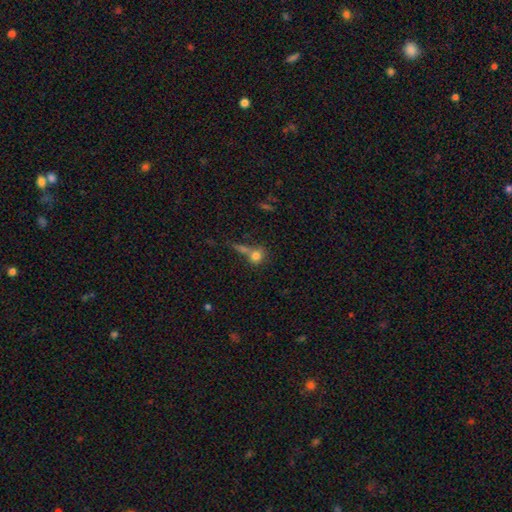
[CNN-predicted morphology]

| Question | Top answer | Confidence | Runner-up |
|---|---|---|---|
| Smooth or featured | smooth | 77% | featured or disk (12%) |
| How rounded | round | 76% | in between (21%) |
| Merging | none | 42% | merger (38%) |